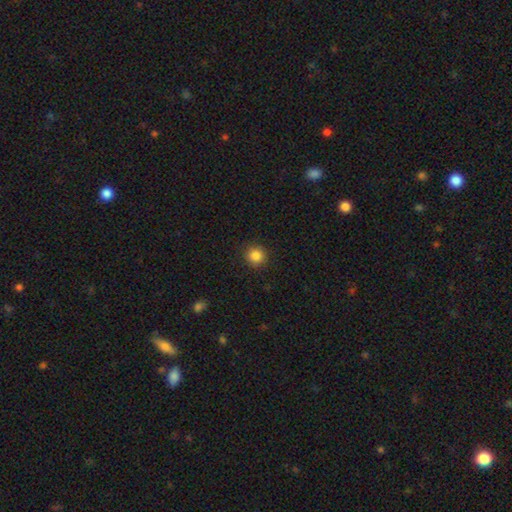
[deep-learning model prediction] Overall: smooth (86%). How rounded: round (93%). Merging: none (91%).